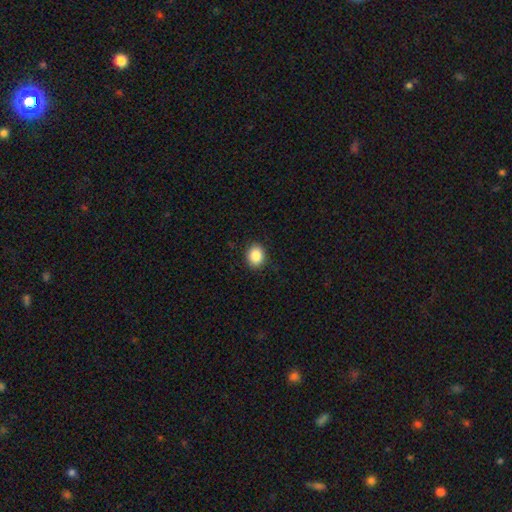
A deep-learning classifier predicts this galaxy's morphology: A smooth galaxy with no disk features (87%) that is round (54%). Merging: none (90%).